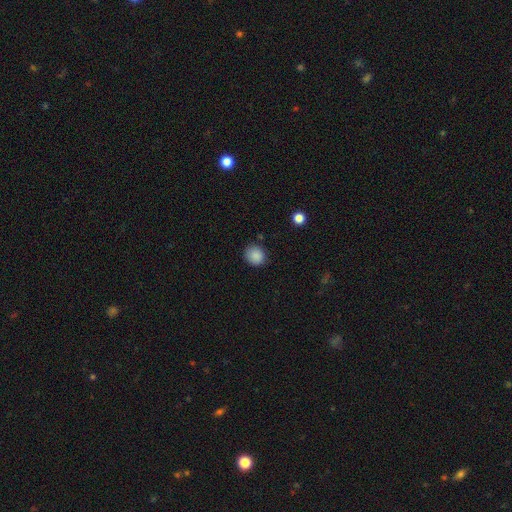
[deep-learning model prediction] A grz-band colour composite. It shows a smooth galaxy with no disk features (87%) that is round (80%). Merging: none (84%).